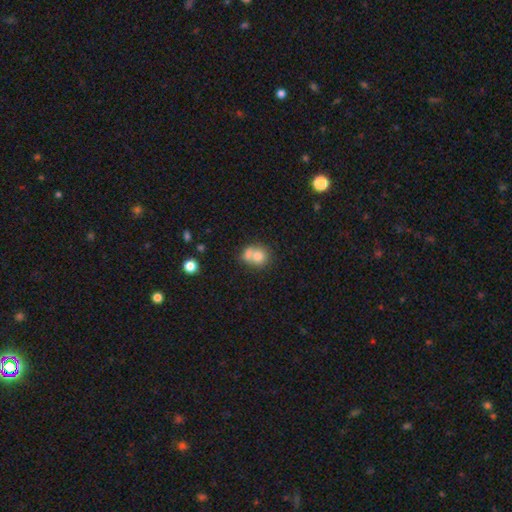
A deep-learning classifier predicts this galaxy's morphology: Smooth or featured? smooth (74%)
How rounded? round (71%)
Merging? merger (53%)